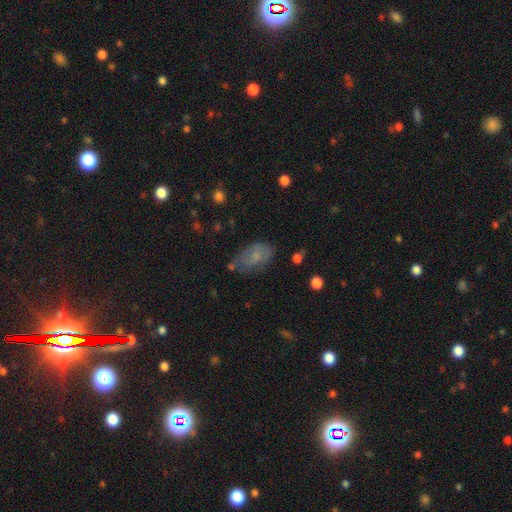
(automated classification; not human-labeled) A smooth galaxy with no disk features (63%) that is in between round and cigar-shaped (90%). Merging: none (52%).